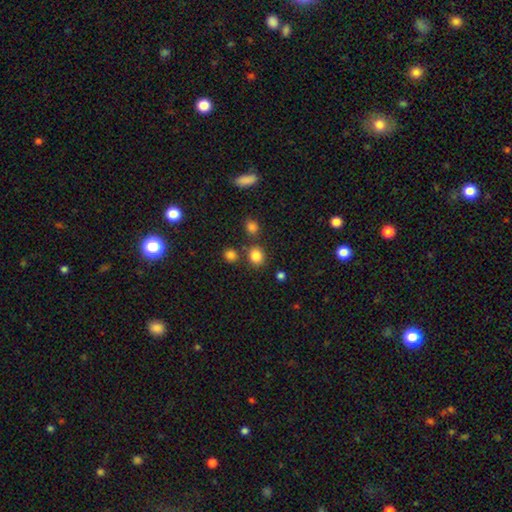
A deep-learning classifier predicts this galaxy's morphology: Smooth or featured: smooth — 83% (star or artifact — 12%)
How rounded: round — 74% (in between — 25%)
Merging: none — 79% (minor disturbance — 9%)